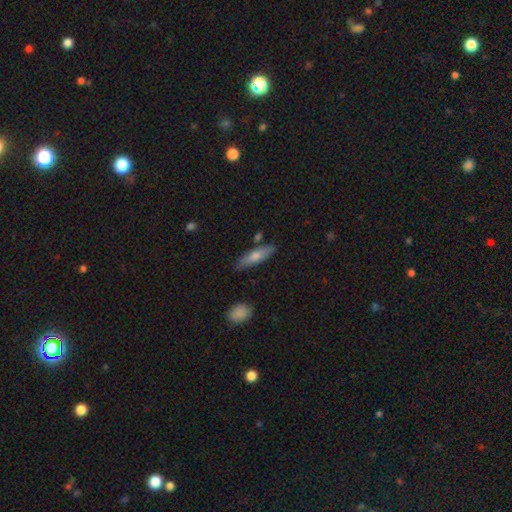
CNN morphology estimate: The model was most divided on "how rounded": cigar-shaped: 66%, in between: 31%, round: 2%. More confident: merging — none (81%); smooth or featured — smooth (65%).